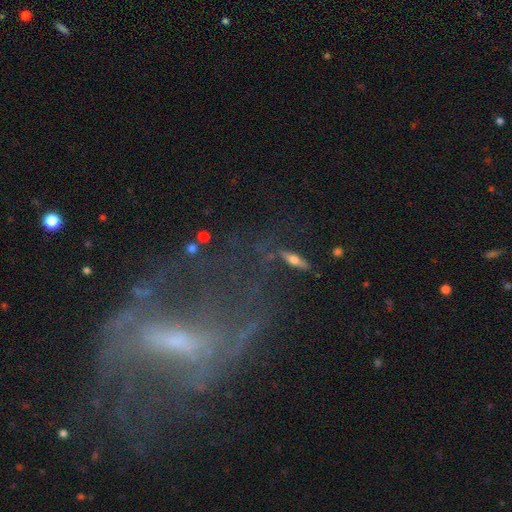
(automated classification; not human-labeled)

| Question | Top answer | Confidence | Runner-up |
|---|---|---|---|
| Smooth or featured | featured or disk | 74% | star or artifact (15%) |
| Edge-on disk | no | 90% | yes (10%) |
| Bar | strong | 40% | weak (39%) |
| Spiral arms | yes | 67% | no (33%) |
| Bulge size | small | 50% | moderate (28%) |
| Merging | none | 47% | major disturbance (31%) |